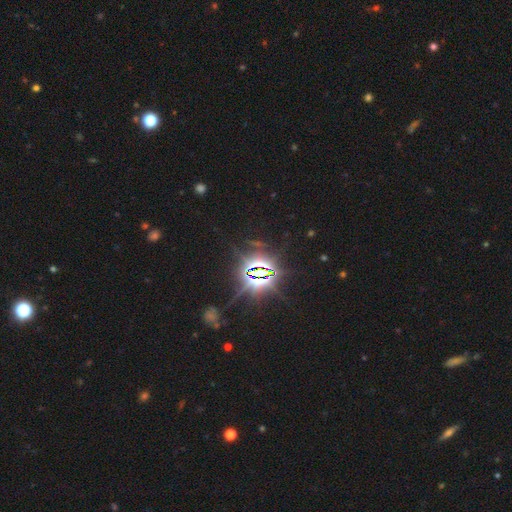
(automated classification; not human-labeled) This appears to be a star or artifact, not a galaxy (84%).